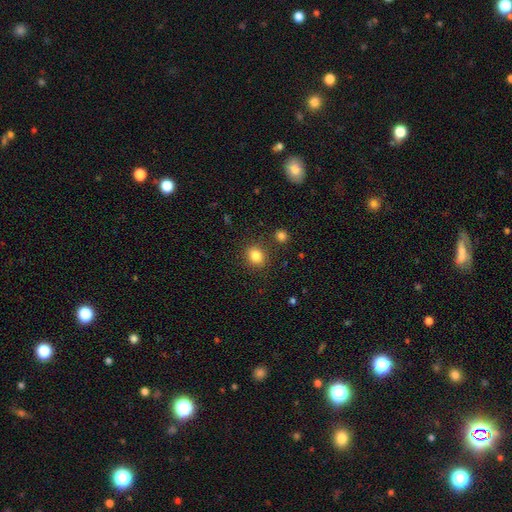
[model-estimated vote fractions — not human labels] Overall: smooth (84%). How rounded: round (71%). Merging: none (85%).